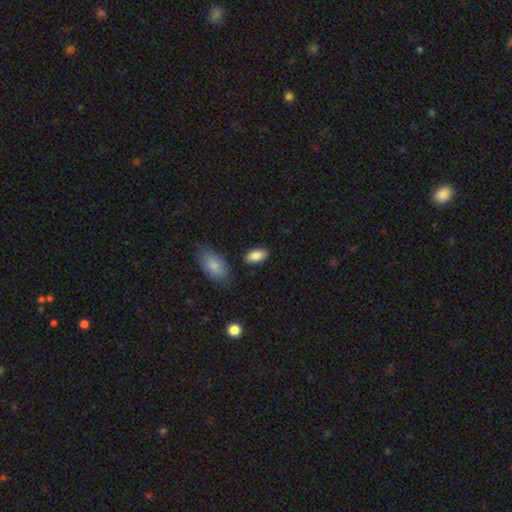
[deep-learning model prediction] smooth_or_featured: smooth (p=0.87) [alt: star or artifact p=0.07]
how_rounded: in between (p=0.93) [alt: round p=0.04]
merging: none (p=0.84) [alt: minor disturbance p=0.10]